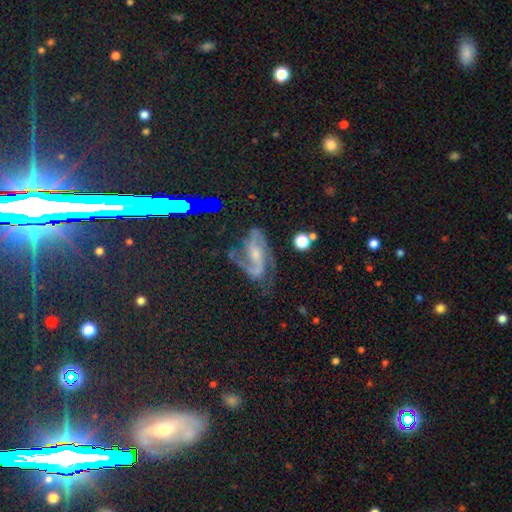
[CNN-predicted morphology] Overall: featured or disk (78%). Edge-on disk: no (94%). Bar: weak (40%; no 36%). Spiral arms: yes (95%). Spiral arm count: 2 (78%). Spiral winding: medium (48%; loose 32%). Bulge size: small (56%; moderate 33%). Merging: none (57%; minor disturbance 21%).